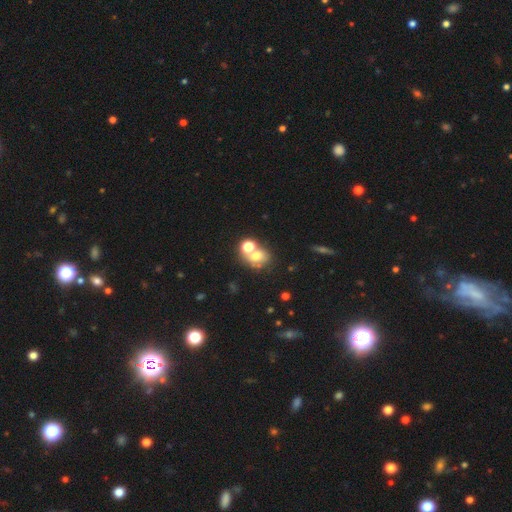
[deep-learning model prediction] Smooth or featured: smooth — 63% (featured or disk — 19%)
How rounded: round — 51% (in between — 47%)
Merging: merger — 47% (none — 37%)